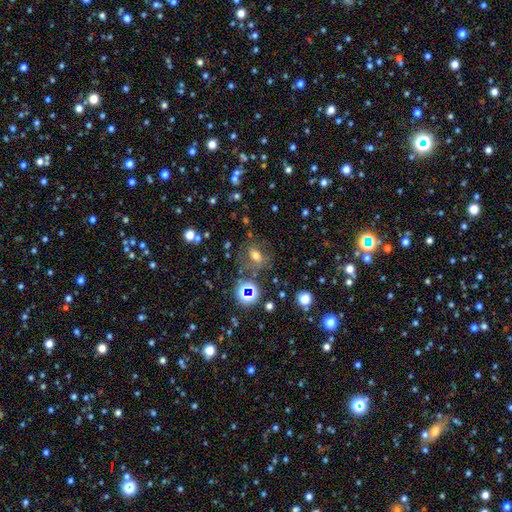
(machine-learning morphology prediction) Overall: smooth (54%; star or artifact 28%). How rounded: in between (57%; round 40%). Merging: none (66%).